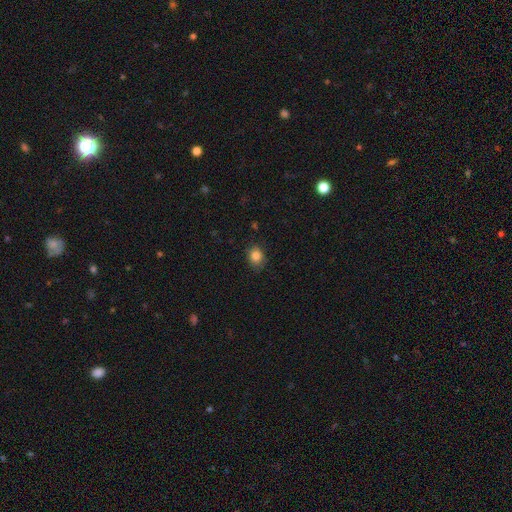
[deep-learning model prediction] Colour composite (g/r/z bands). It shows a smooth galaxy with no disk features (84%) that is round (57%). Merging: none (81%).